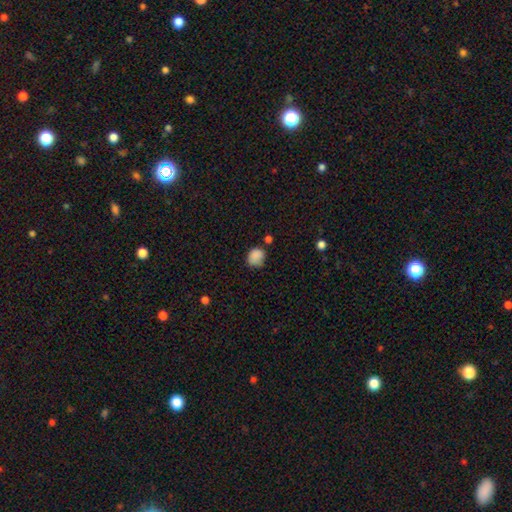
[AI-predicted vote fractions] The model was most divided on "how rounded": round: 65%, in between: 34%, cigar-shaped: 1%. More confident: smooth or featured — smooth (85%); merging — none (60%).